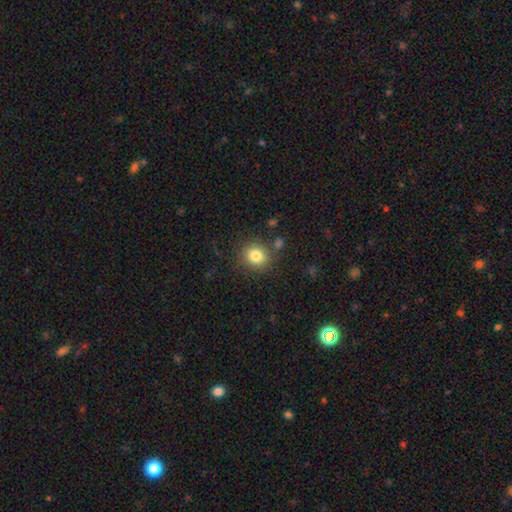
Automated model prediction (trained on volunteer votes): The model was most divided on "how rounded": round: 83%, in between: 16%, cigar-shaped: 1%. More confident: merging — none (82%); smooth or featured — smooth (82%).